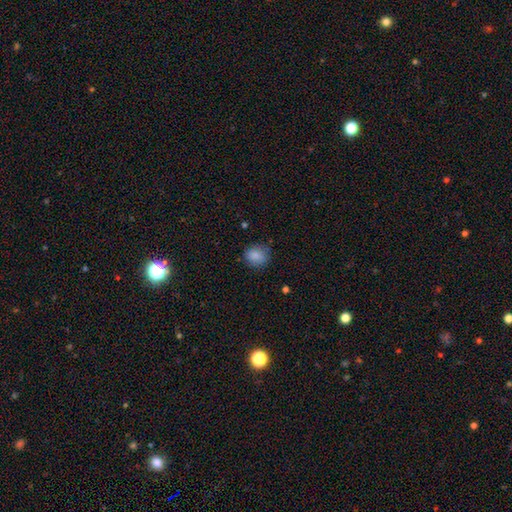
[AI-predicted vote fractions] A smooth galaxy with no disk features (86%) that is round (73%). Merging: none (80%).